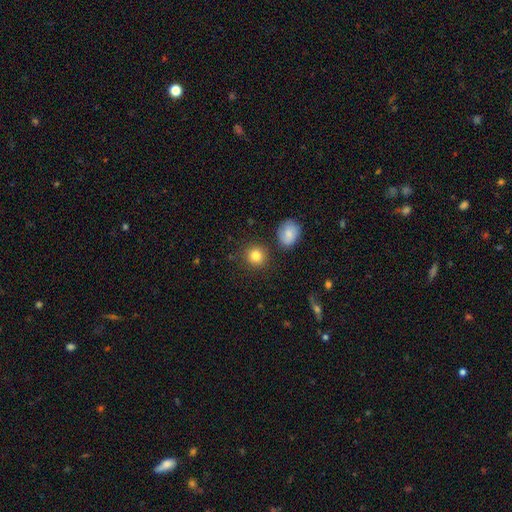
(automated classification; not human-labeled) A smooth galaxy with no disk features (83%) that is round (89%). Merging: none (85%).